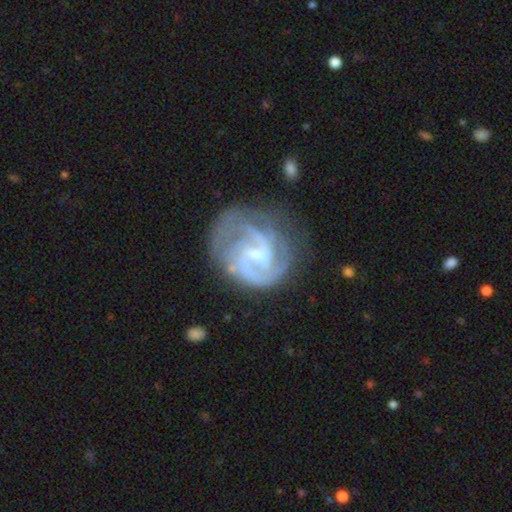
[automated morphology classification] Q: Smooth or featured?
A: featured or disk (88%); runner-up: smooth (7%)
Q: Edge-on disk?
A: no (98%); runner-up: yes (2%)
Q: Bar?
A: weak (55%); runner-up: strong (23%)
Q: Spiral arms?
A: yes (96%); runner-up: no (4%)
Q: Spiral winding?
A: medium (47%); runner-up: tight (42%)
Q: Spiral arm count?
A: 2 (53%); runner-up: 3 (20%)
Q: Bulge size?
A: small (65%); runner-up: moderate (24%)
Q: Merging?
A: none (62%); runner-up: minor disturbance (20%)